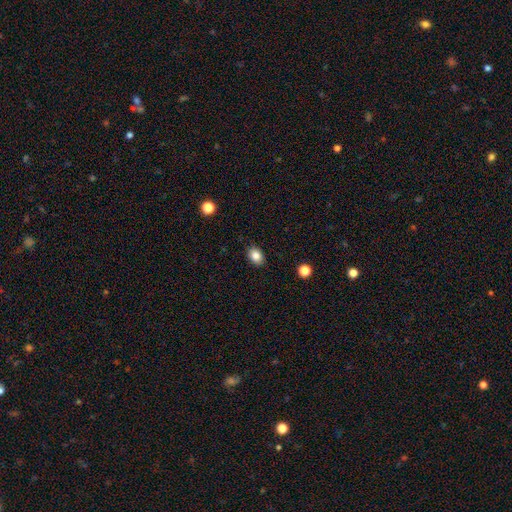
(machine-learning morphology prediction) smooth_or_featured: smooth (p=0.85) [alt: star or artifact p=0.10]
how_rounded: in between (p=0.67) [alt: round p=0.32]
merging: none (p=0.88) [alt: minor disturbance p=0.09]